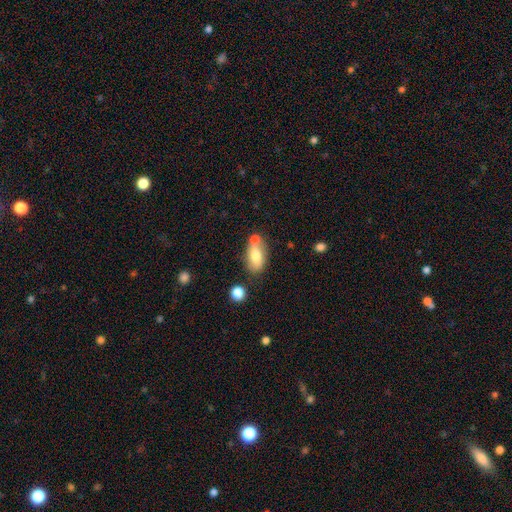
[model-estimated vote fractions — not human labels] smooth 72%, featured or disk 21%, star or artifact 8%. Down the decision tree: how rounded — in between (88%); merging — none (60%).